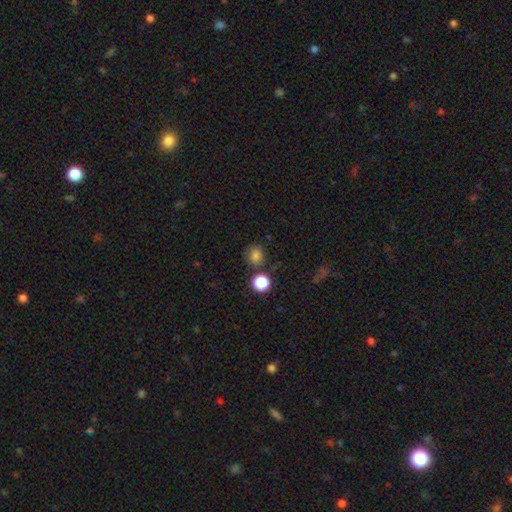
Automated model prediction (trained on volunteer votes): Overall: smooth (81%). How rounded: round (83%). Merging: none (78%).